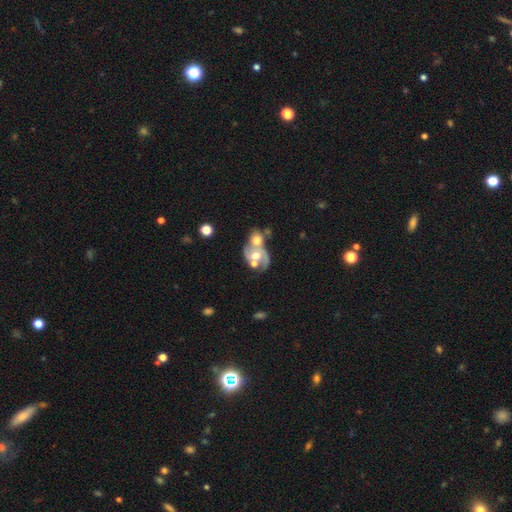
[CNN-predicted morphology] The model was most divided on "spiral arms": yes: 67%, no: 33%. More confident: edge-on disk — no (97%); bar — no (72%); merging — merger (69%); bulge size — moderate (64%); smooth or featured — featured or disk (63%).